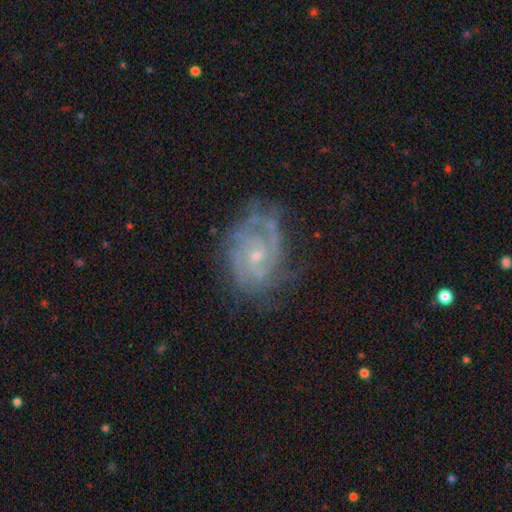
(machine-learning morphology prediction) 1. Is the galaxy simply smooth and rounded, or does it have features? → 86% featured or disk, 7% smooth, 7% star or artifact.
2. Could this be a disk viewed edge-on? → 98% no, 2% yes.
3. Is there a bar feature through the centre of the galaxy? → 63% no, 32% weak, 6% strong.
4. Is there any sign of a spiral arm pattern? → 96% yes, 4% no.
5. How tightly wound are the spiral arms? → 60% tight, 33% medium, 6% loose.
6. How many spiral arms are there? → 39% 2, 24% can't tell, 20% 3, 8% 4, 5% 1, 5% more than 4.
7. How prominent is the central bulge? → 72% small, 24% moderate, 2% none, 1% large, 1% dominant.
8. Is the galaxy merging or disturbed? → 64% none, 23% minor disturbance, 11% major disturbance, 2% merger.